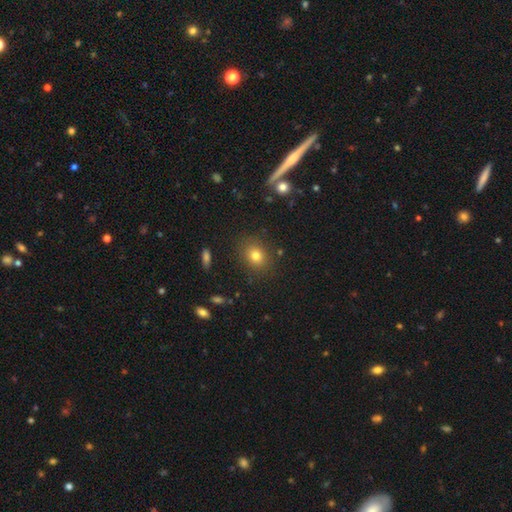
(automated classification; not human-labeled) This appears to be a smooth galaxy with no disk features (78%) that is round (61%). Merging: none (86%).